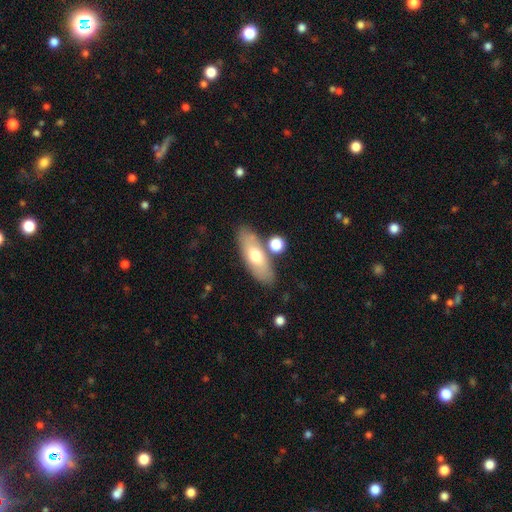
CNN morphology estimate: A smooth galaxy with no disk features (62%) that is in between round and cigar-shaped (68%).

Vote fractions:
- Smooth or featured? smooth: 62% / featured or disk: 31% / star or artifact: 6%
- How rounded? in between: 68% / cigar-shaped: 29% / round: 3%
- Merging? none: 76% / minor disturbance: 12% / merger: 9% / major disturbance: 3%